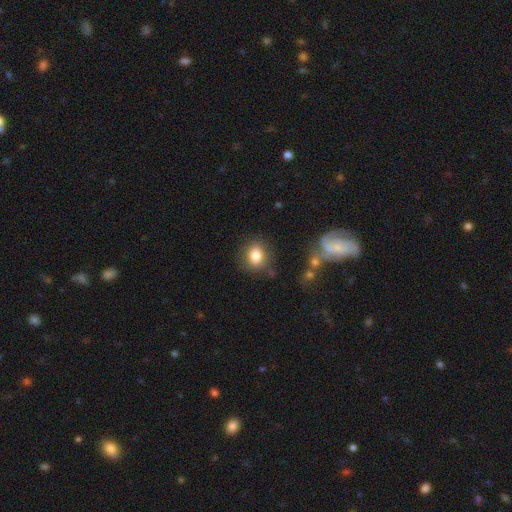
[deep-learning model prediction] The model was most divided on "how rounded": round: 56%, in between: 42%, cigar-shaped: 1%. More confident: smooth or featured — smooth (84%); merging — none (78%).